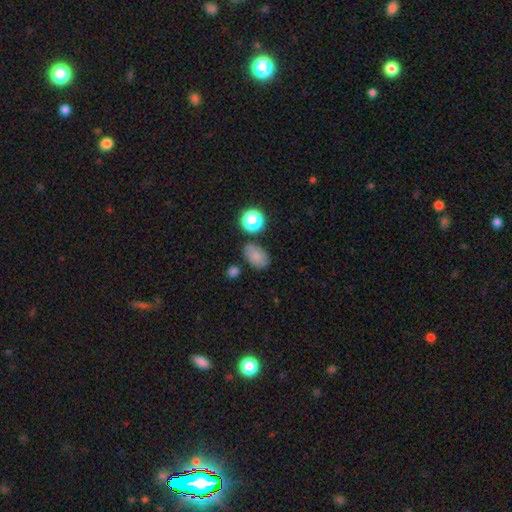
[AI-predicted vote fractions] The model was most divided on "merging": none: 71%, minor disturbance: 17%, merger: 7%, major disturbance: 5%. More confident: how rounded — in between (85%); smooth or featured — smooth (78%).